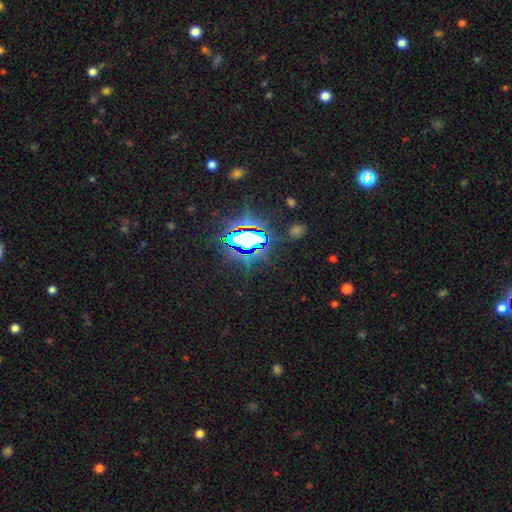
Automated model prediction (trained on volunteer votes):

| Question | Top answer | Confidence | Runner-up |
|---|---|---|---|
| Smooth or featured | star or artifact | 81% | smooth (11%) |